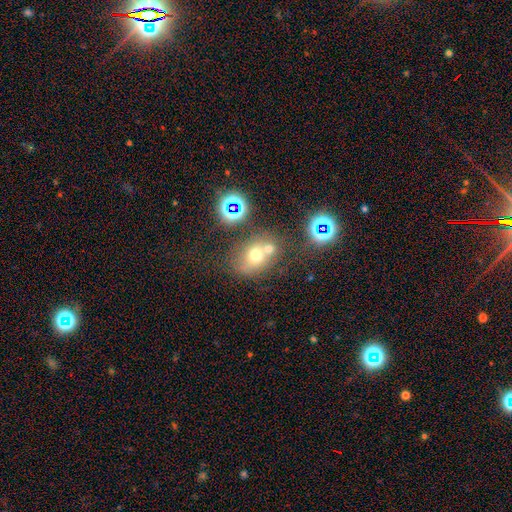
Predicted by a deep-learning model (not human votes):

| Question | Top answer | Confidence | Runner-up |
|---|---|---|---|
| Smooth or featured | smooth | 58% | star or artifact (23%) |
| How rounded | round | 55% | in between (44%) |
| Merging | none | 46% | merger (35%) |